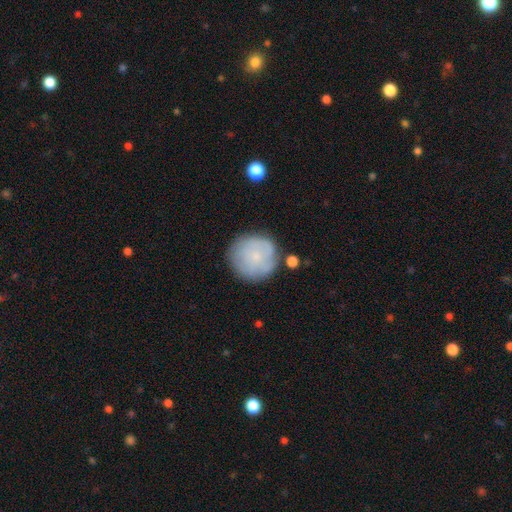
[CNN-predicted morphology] This is likely a smooth galaxy (66%). How rounded: clearly round (94%). Merging: likely none (74%).